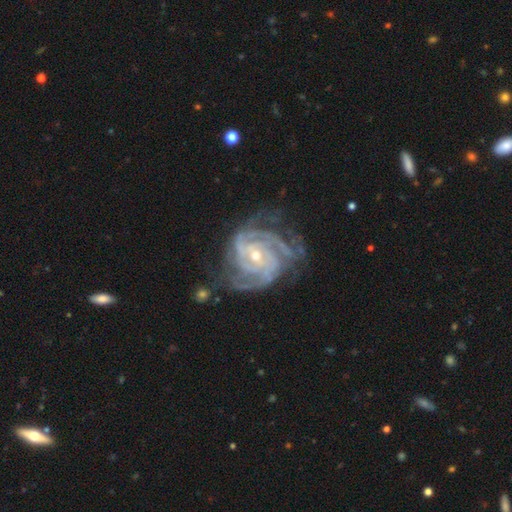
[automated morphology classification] Smooth or featured: featured or disk — 92% (star or artifact — 5%)
Edge-on disk: no — 98% (yes — 2%)
Bar: no — 59% (weak — 28%)
Spiral arms: yes — 98% (no — 2%)
Spiral winding: tight — 70% (medium — 26%)
Spiral arm count: 4 — 30% (3 — 24%)
Bulge size: small — 64% (moderate — 33%)
Merging: none — 66% (minor disturbance — 21%)